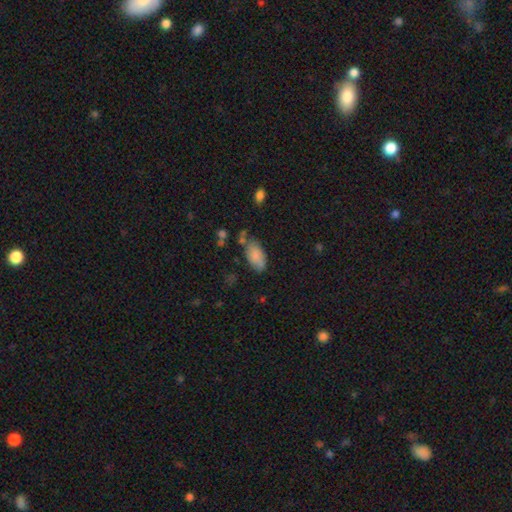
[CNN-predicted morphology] This appears to be a smooth galaxy with no disk features (84%) that is in between round and cigar-shaped (94%). Merging: none (65%).